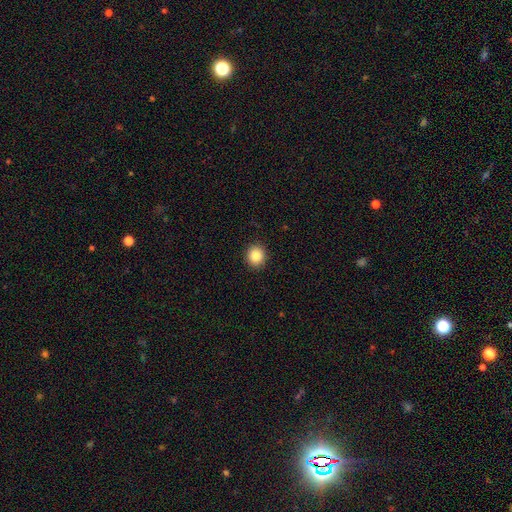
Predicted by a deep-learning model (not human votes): Smooth or featured? smooth (86%)
How rounded? round (84%)
Merging? none (92%)